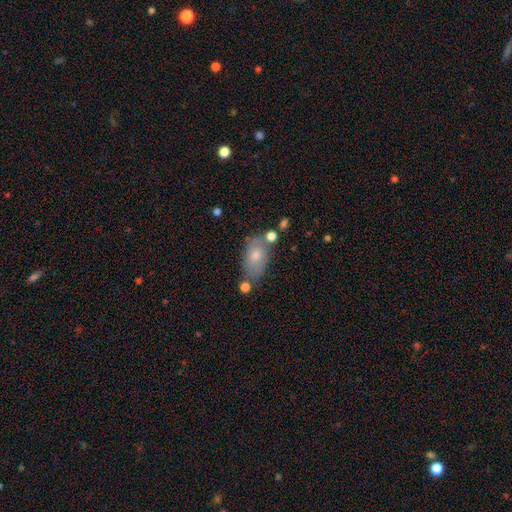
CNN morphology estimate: Q: Smooth or featured?
A: smooth (68%); runner-up: featured or disk (24%)
Q: How rounded?
A: in between (90%); runner-up: round (7%)
Q: Merging?
A: none (61%); runner-up: minor disturbance (20%)